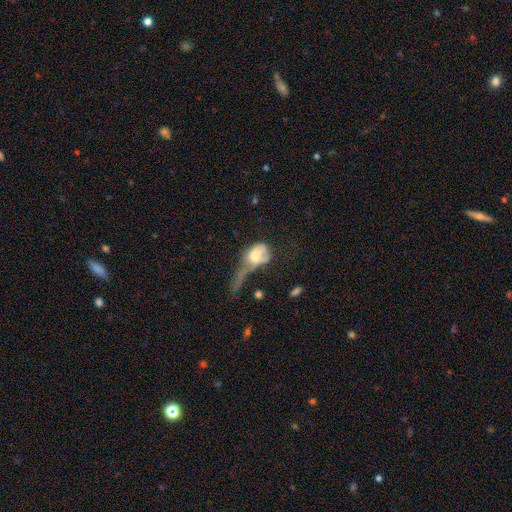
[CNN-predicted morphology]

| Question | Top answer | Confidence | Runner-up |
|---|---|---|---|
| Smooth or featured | smooth | 57% | featured or disk (34%) |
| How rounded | in between | 64% | round (31%) |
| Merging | major disturbance | 57% | merger (17%) |